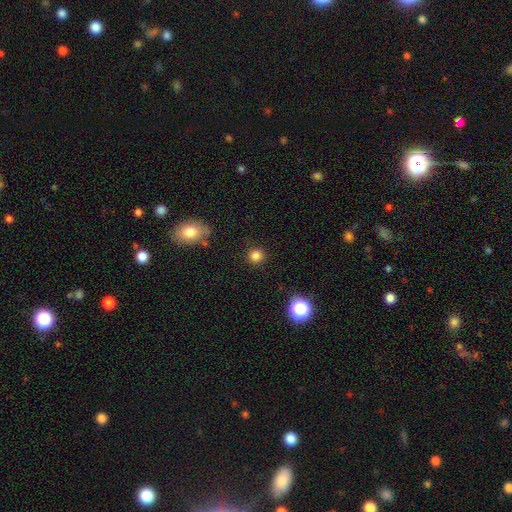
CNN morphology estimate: smooth_or_featured: smooth (p=0.82) [alt: star or artifact p=0.13]
how_rounded: round (p=0.93) [alt: in between p=0.06]
merging: none (p=0.89) [alt: minor disturbance p=0.07]